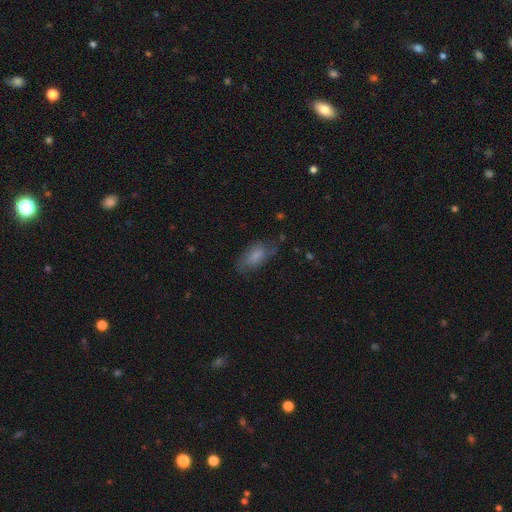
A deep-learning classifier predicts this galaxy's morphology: This is likely a smooth galaxy (68%). How rounded: clearly in between (89%). Merging: likely none (61%).